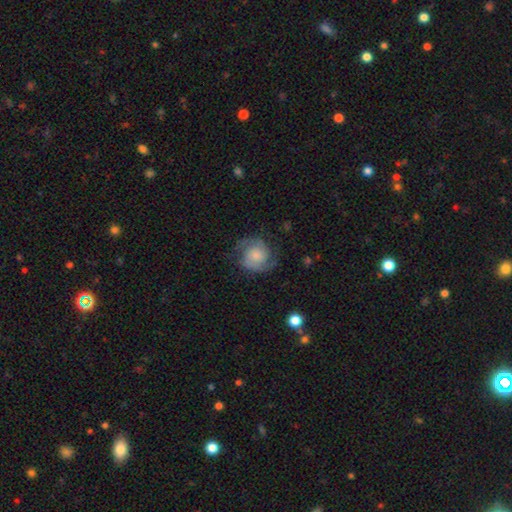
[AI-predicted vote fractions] smooth-or-featured: featured or disk: 73% | smooth: 20% | star or artifact: 7%
  disk-edge-on: no: 98% | yes: 2%
    bar: no: 72% | weak: 24% | strong: 4%
    has-spiral-arms: yes: 95% | no: 5%
      spiral-winding: medium: 48% | tight: 33% | loose: 19%
      spiral-arm-count: 2: 90% | can't tell: 4% | 3: 2% | 1: 2% | 4: 1% | more than 4: 1%
    bulge-size: small: 36% | moderate: 31% | none: 15% | large: 14% | dominant: 4%
  merging: none: 72% | minor disturbance: 17% | major disturbance: 9% | merger: 1%